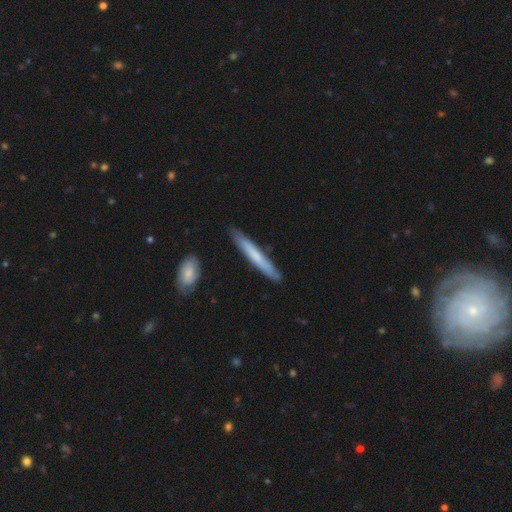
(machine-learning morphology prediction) smooth-or-featured: smooth: 62% | featured or disk: 33% | star or artifact: 5%
  how-rounded: cigar-shaped: 95% | in between: 3% | round: 1%
  merging: none: 86% | minor disturbance: 10% | merger: 2% | major disturbance: 2%